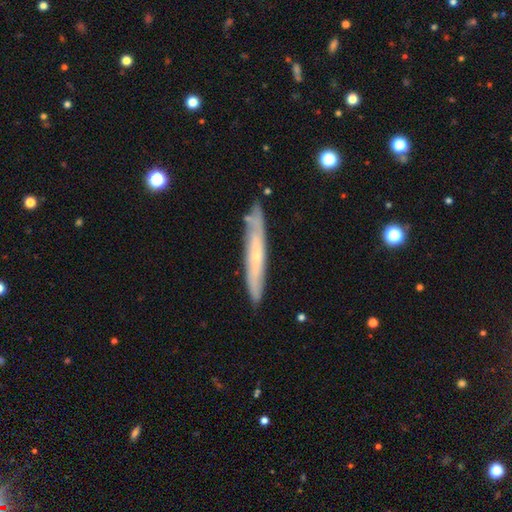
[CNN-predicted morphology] smooth-or-featured: featured or disk: 62% | smooth: 32% | star or artifact: 6%
  disk-edge-on: yes: 73% | no: 27%
  merging: none: 81% | minor disturbance: 14% | major disturbance: 2% | merger: 2%